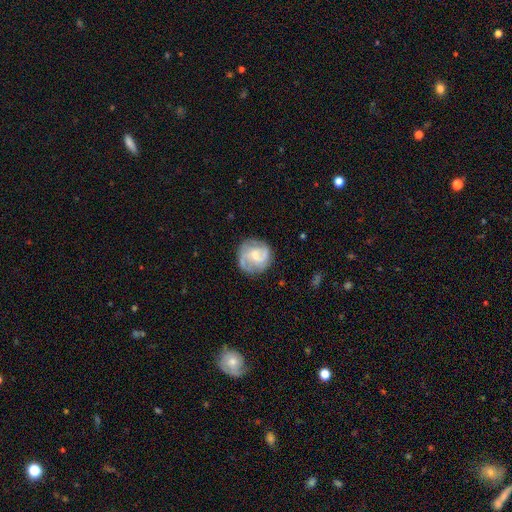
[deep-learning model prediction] Smooth or featured? Predicted: featured or disk (p=0.71). Edge-on disk? Predicted: no (p=0.98). Bar? Predicted: weak (p=0.46). Spiral arms? Predicted: yes (p=0.89). Spiral winding? Predicted: medium (p=0.45). Spiral arm count? Predicted: 2 (p=0.51). Bulge size? Predicted: small (p=0.41, tied with moderate). Merging? Predicted: none (p=0.73).